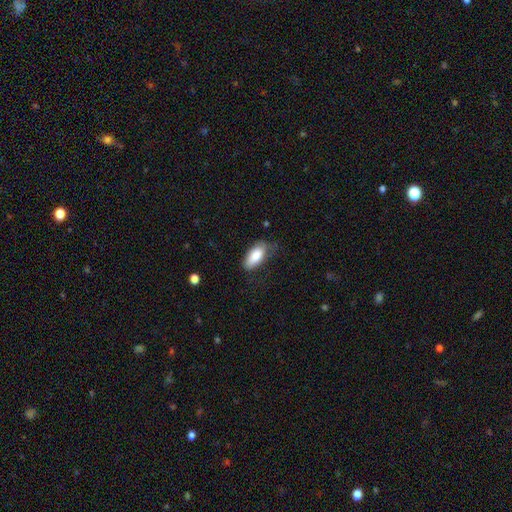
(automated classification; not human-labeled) This is clearly a smooth galaxy (83%). How rounded: clearly in between (87%). Merging: possibly none (55%).